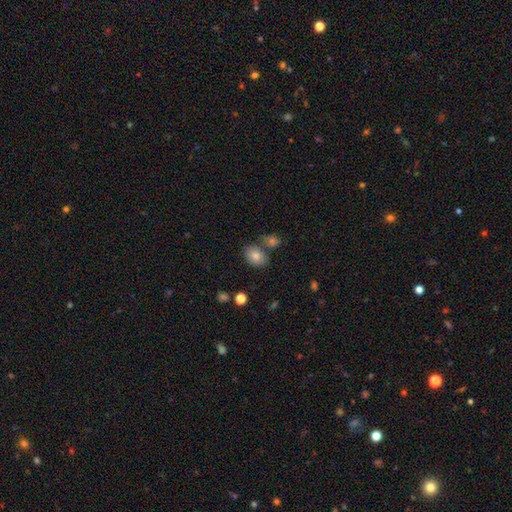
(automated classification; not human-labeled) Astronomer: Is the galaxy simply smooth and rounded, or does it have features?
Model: smooth — 81%.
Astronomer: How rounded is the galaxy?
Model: in between — 72%.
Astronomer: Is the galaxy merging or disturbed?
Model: none — 64%.